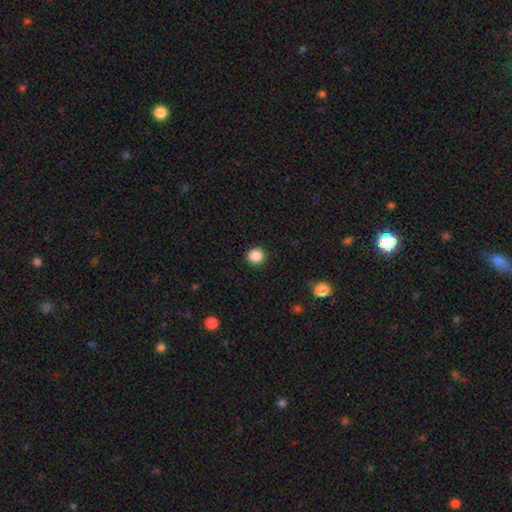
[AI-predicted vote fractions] This is clearly a smooth galaxy (87%). How rounded: clearly round (91%). Merging: clearly none (91%).